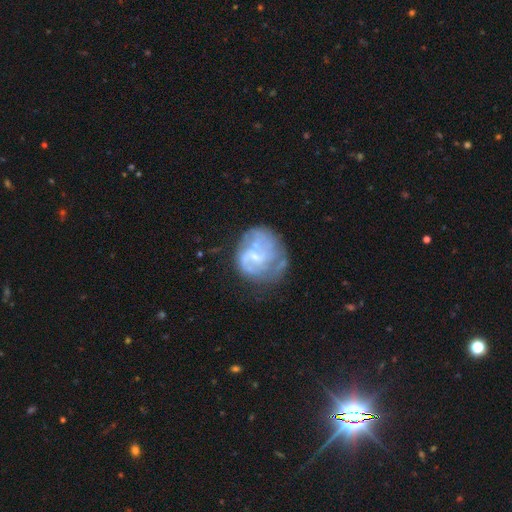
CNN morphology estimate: Smooth or featured? featured or disk (67%)
Edge-on disk? no (98%)
Bar? no (51%)
Spiral arms? yes (62%)
Bulge size? small (56%)
Merging? none (46%)